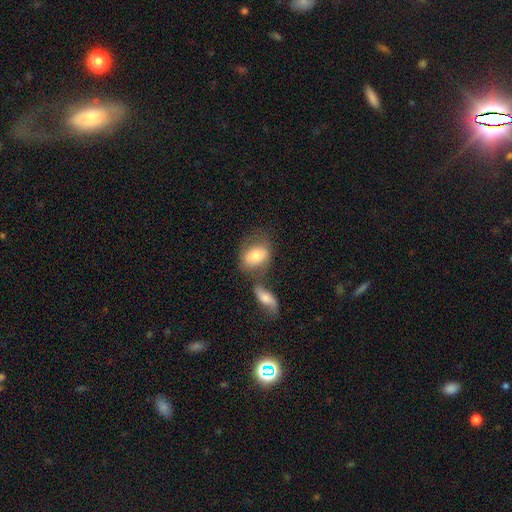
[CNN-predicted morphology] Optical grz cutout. It shows a smooth galaxy with no disk features (75%) that is in between round and cigar-shaped (76%). Merging: none (43%).